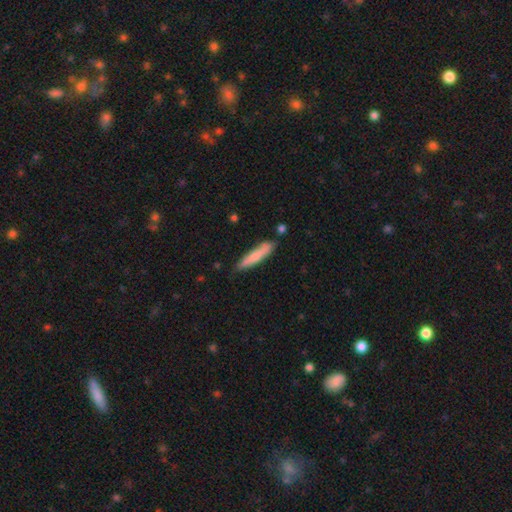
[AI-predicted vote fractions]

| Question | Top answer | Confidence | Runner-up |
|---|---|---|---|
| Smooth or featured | smooth | 73% | featured or disk (21%) |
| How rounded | cigar-shaped | 88% | in between (11%) |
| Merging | none | 77% | minor disturbance (17%) |